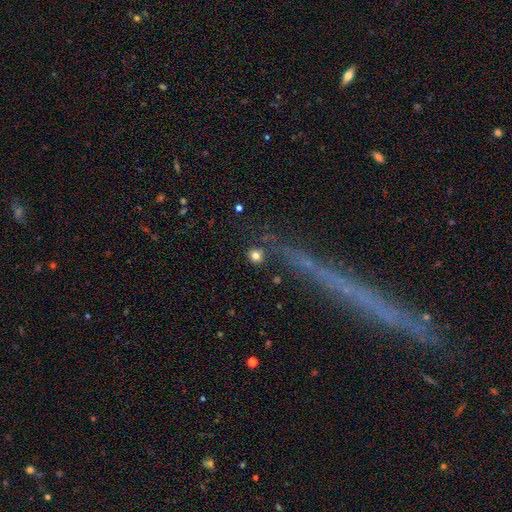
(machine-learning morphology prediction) smooth 79%, star or artifact 13%, featured or disk 8%. Down the decision tree: how rounded — round (86%); merging — none (76%).